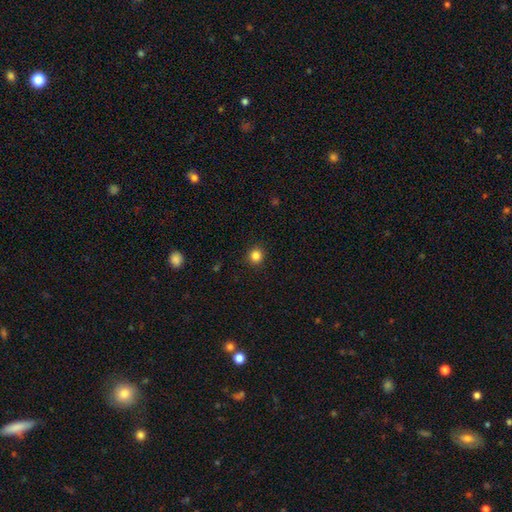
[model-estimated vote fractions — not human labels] Smooth or featured? Predicted: smooth (p=0.84). How rounded? Predicted: round (p=0.92). Merging? Predicted: none (p=0.92).